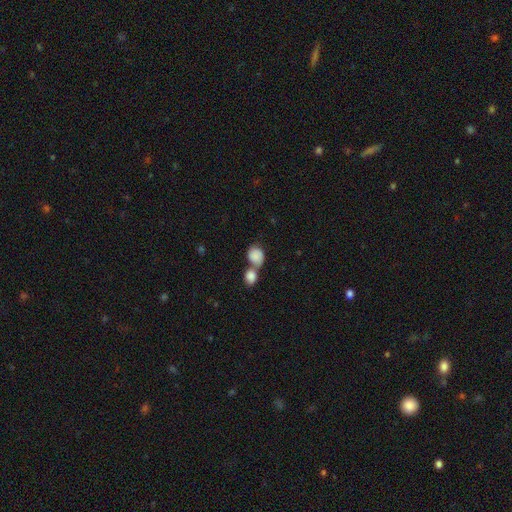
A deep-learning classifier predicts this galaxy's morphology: smooth 85%, featured or disk 8%, star or artifact 7%. Down the decision tree: how rounded — round (60%); merging — merger (66%).